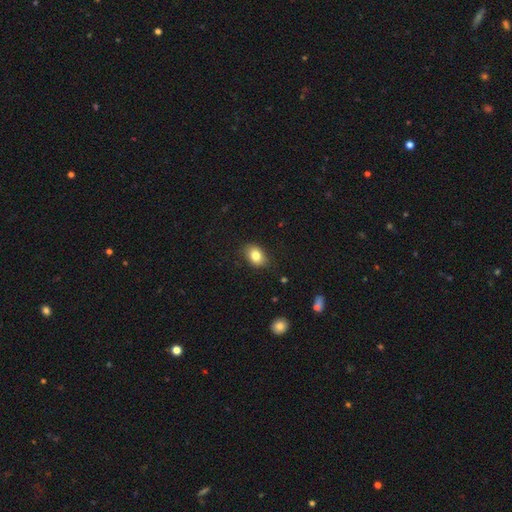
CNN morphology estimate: Overall: smooth (82%). How rounded: in between (75%). Merging: none (83%).